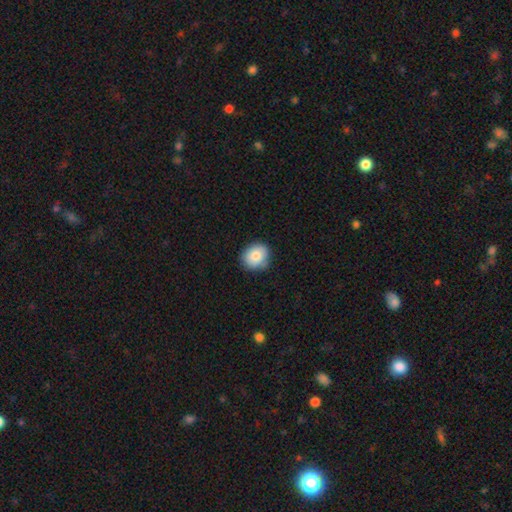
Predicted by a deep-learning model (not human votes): Smooth or featured? smooth (80%)
How rounded? round (73%)
Merging? none (81%)